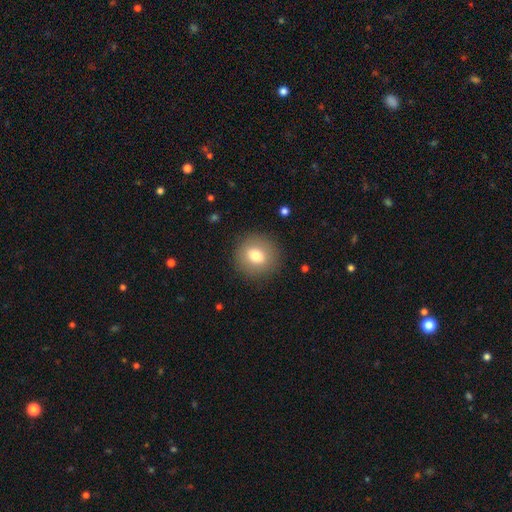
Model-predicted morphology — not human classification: smooth-or-featured: smooth: 75% | featured or disk: 16% | star or artifact: 9%
  how-rounded: round: 87% | in between: 12% | cigar-shaped: 1%
  merging: none: 88% | minor disturbance: 8% | major disturbance: 3% | merger: 1%